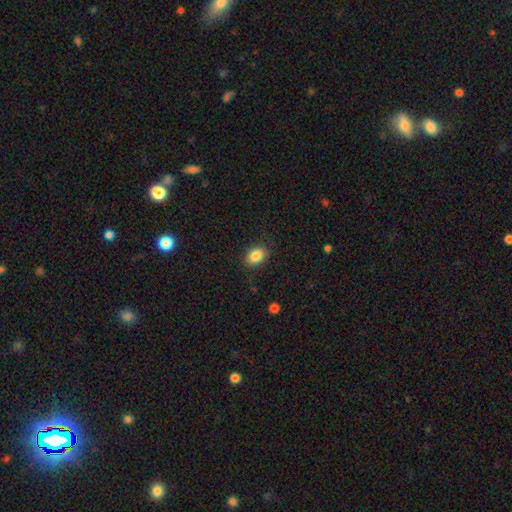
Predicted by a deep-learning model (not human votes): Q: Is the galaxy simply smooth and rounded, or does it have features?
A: smooth — 87%.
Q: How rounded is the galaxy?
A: in between — 73%.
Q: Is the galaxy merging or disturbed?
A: none — 86%.